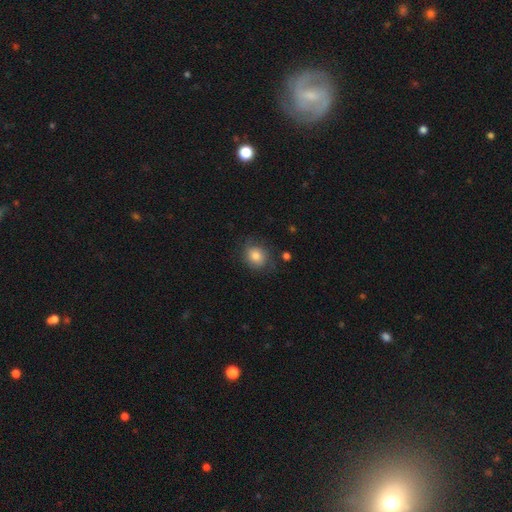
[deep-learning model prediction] Smooth or featured? Predicted: smooth (p=0.76). How rounded? Predicted: round (p=0.69). Merging? Predicted: none (p=0.71).